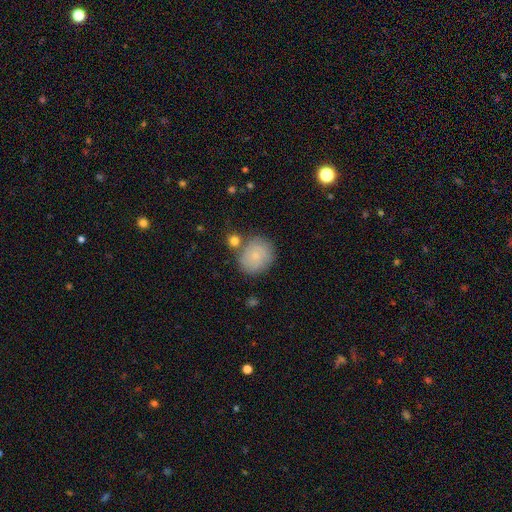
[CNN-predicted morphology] A smooth galaxy with no disk features (67%) that is round (79%).

Vote fractions:
- Smooth or featured? smooth: 67% / featured or disk: 25% / star or artifact: 9%
- How rounded? round: 79% / in between: 20% / cigar-shaped: 1%
- Merging? none: 70% / minor disturbance: 16% / merger: 9% / major disturbance: 5%